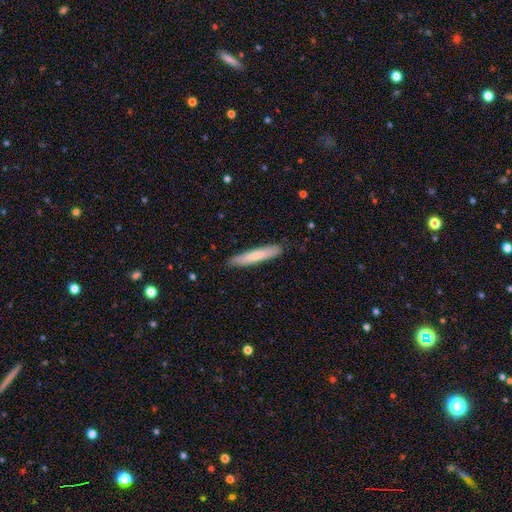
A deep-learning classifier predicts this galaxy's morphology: Smooth or featured? smooth (72%)
How rounded? cigar-shaped (92%)
Merging? none (87%)